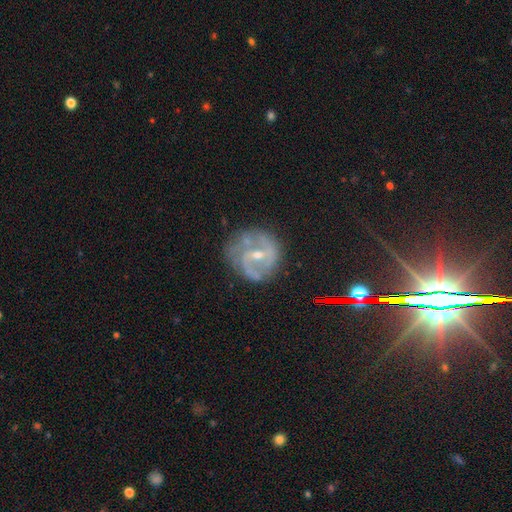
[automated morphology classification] Smooth or featured: featured or disk — 84% (smooth — 8%)
Edge-on disk: no — 98% (yes — 2%)
Bar: weak — 51% (no — 28%)
Spiral arms: yes — 93% (no — 7%)
Spiral winding: medium — 51% (tight — 28%)
Spiral arm count: 2 — 77% (can't tell — 10%)
Bulge size: small — 51% (moderate — 45%)
Merging: none — 67% (minor disturbance — 21%)